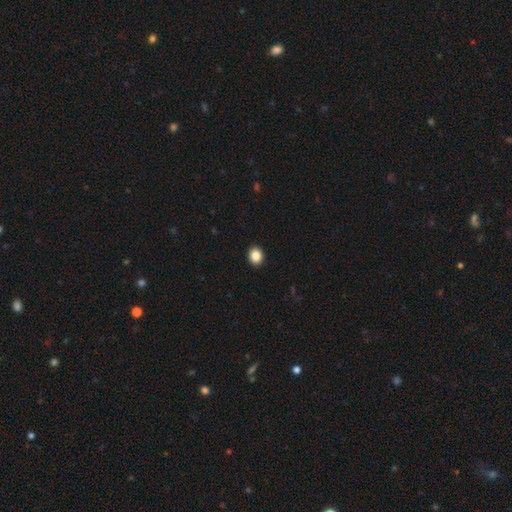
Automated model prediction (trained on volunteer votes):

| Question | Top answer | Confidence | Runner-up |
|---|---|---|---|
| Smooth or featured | smooth | 87% | star or artifact (9%) |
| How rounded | round | 58% | in between (41%) |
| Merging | none | 92% | minor disturbance (5%) |